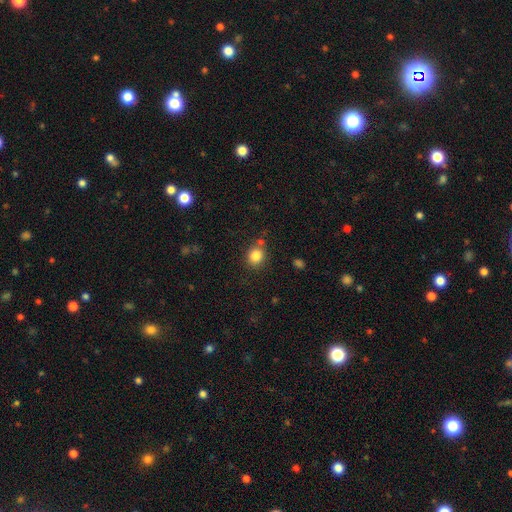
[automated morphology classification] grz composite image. It shows a smooth galaxy with no disk features (84%) that is round (80%). Merging: none (79%).